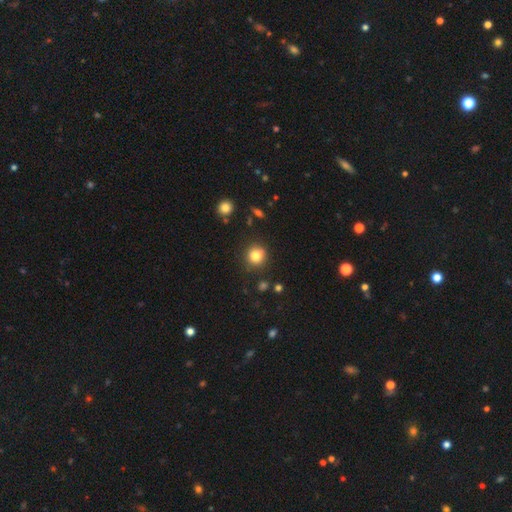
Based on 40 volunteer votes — Overall: smooth (92%). How rounded: round (97%). Merging: none (89%).